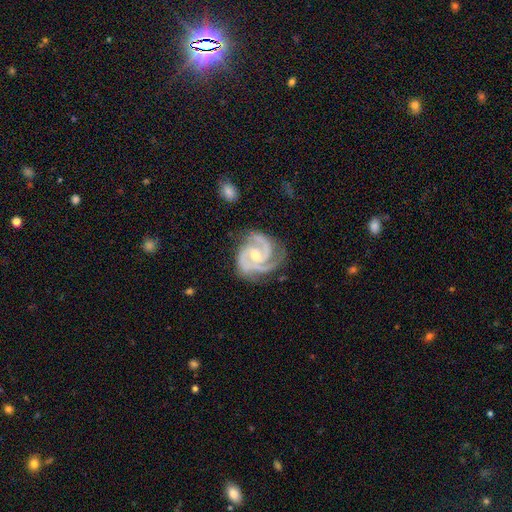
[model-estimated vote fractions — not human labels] A featured or disk galaxy (93%) with no bar (50%), 3 (54%) tight (53%) spiral arms (99%) and a small central bulge (54%).

Vote fractions:
- Smooth or featured? featured or disk: 93% / star or artifact: 4% / smooth: 3%
- Edge-on disk? no: 98% / yes: 2%
- Bar? no: 50% / weak: 38% / strong: 12%
- Spiral arms? yes: 99% / no: 1%
- Spiral winding? tight: 53% / medium: 43% / loose: 4%
- Spiral arm count? 3: 54% / 2: 34% / 4: 4% / can't tell: 3% / 1: 2% / more than 4: 2%
- Bulge size? small: 54% / moderate: 43% / none: 1% / large: 1% / dominant: 1%
- Merging? none: 73% / minor disturbance: 20% / major disturbance: 6% / merger: 2%